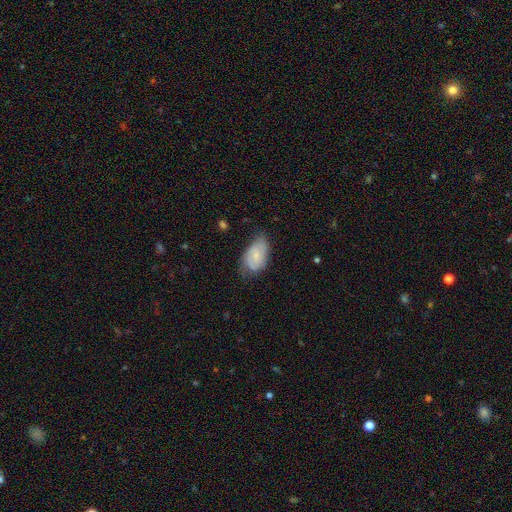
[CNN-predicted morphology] A smooth galaxy with no disk features (57%) that is in between round and cigar-shaped (91%). Merging: none (51%).